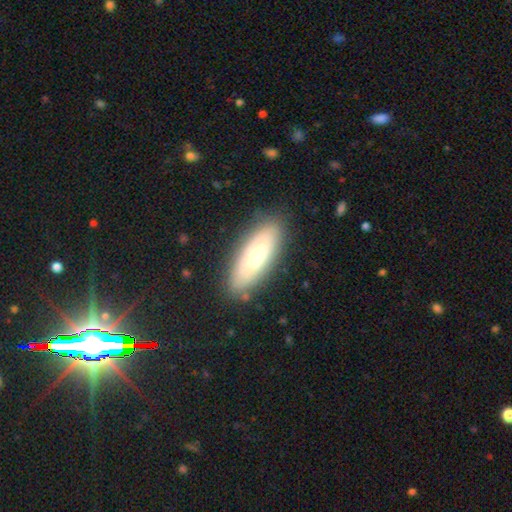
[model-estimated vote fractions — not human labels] A smooth galaxy with no disk features (66%) that is in between round and cigar-shaped (67%).

Vote fractions:
- Smooth or featured? smooth: 66% / featured or disk: 28% / star or artifact: 6%
- How rounded? in between: 67% / cigar-shaped: 31% / round: 2%
- Merging? none: 83% / minor disturbance: 12% / major disturbance: 3% / merger: 2%